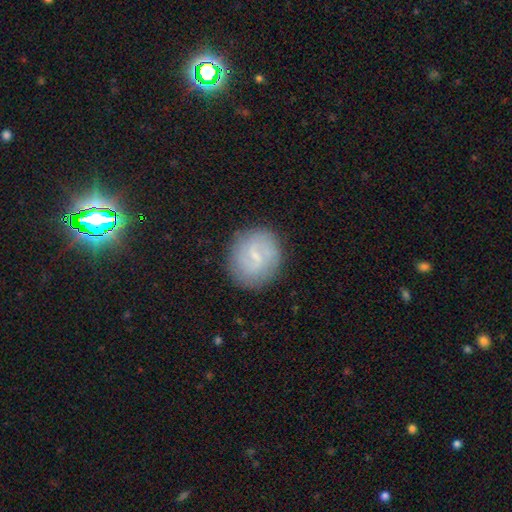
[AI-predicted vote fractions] smooth_or_featured: featured or disk (p=0.54) [alt: smooth p=0.38]
disk_edge_on: no (p=0.97) [alt: yes p=0.03]
bar: weak (p=0.64) [alt: no p=0.19]
has_spiral_arms: yes (p=0.79) [alt: no p=0.21]
bulge_size: small (p=0.66) [alt: none p=0.18]
merging: none (p=0.84) [alt: minor disturbance p=0.11]